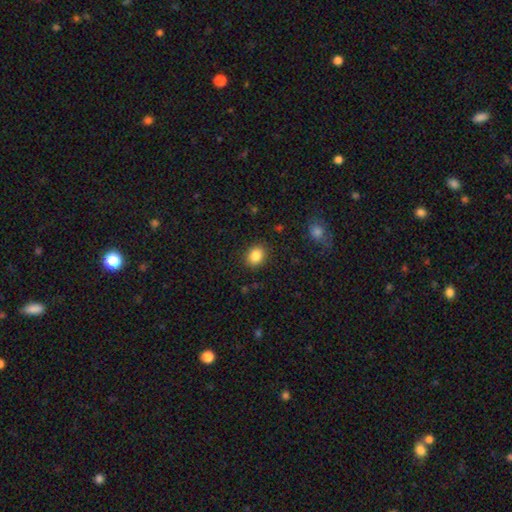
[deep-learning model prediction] A smooth galaxy with no disk features (86%) that is in between round and cigar-shaped (51%).

Vote fractions:
- Smooth or featured? smooth: 86% / star or artifact: 9% / featured or disk: 5%
- How rounded? in between: 51% / round: 49% / cigar-shaped: 1%
- Merging? none: 88% / minor disturbance: 8% / major disturbance: 3% / merger: 1%